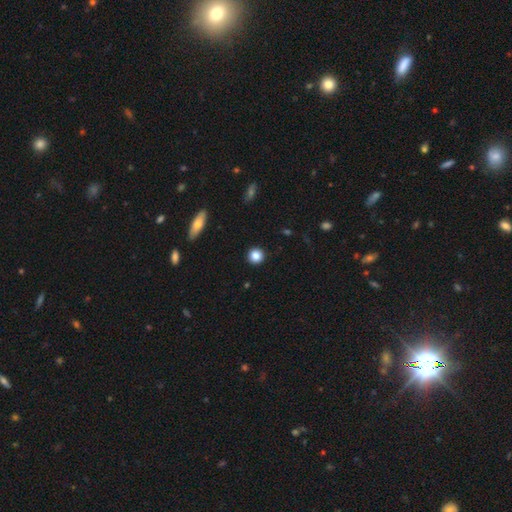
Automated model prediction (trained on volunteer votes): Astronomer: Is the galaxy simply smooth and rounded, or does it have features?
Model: smooth — 85%.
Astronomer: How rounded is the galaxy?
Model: round — 94%.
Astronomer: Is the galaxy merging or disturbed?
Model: none — 93%.